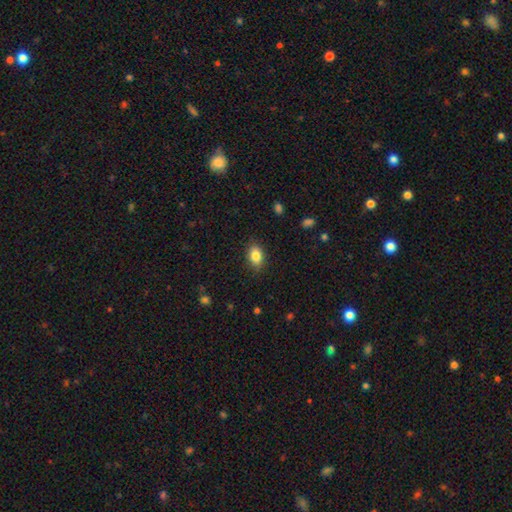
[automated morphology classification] Smooth or featured?
  - smooth: 84% *
  - star or artifact: 9%
  - featured or disk: 7%
How rounded?
  - in between: 83% *
  - round: 15%
  - cigar-shaped: 2%
Merging?
  - none: 86% *
  - minor disturbance: 11%
  - major disturbance: 3%
  - merger: 1%